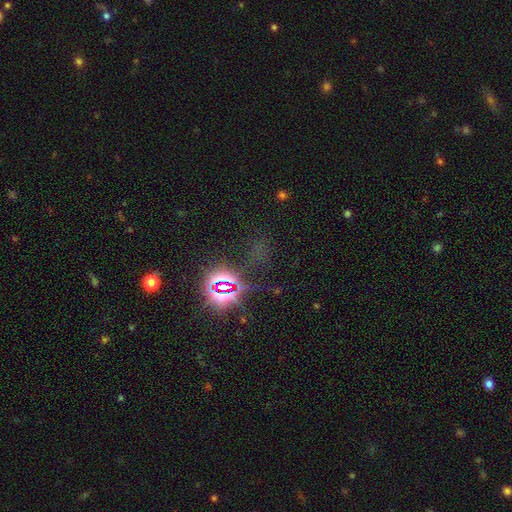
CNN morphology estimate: A star or artifact, not a galaxy (76%).